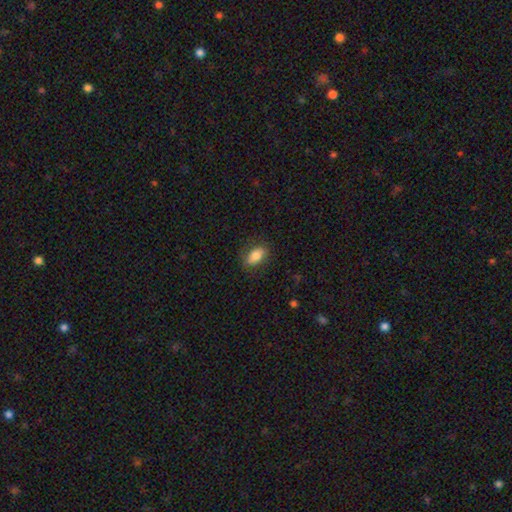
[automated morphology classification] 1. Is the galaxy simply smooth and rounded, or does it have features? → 80% smooth, 13% featured or disk, 8% star or artifact.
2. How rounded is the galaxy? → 88% in between, 7% round, 5% cigar-shaped.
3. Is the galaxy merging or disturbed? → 81% none, 14% minor disturbance, 4% major disturbance, 1% merger.